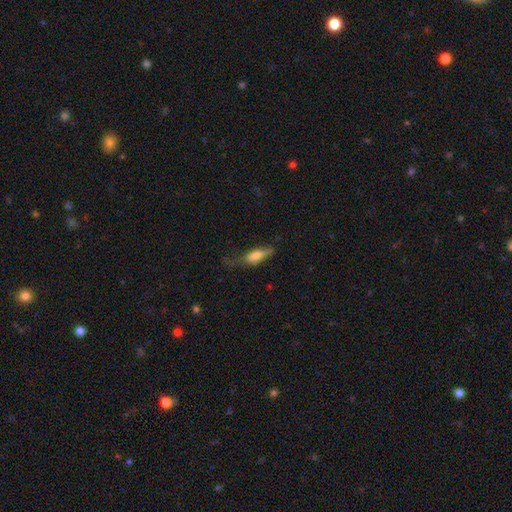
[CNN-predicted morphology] Smooth or featured? smooth (64%)
How rounded? in between (52%)
Merging? none (44%)